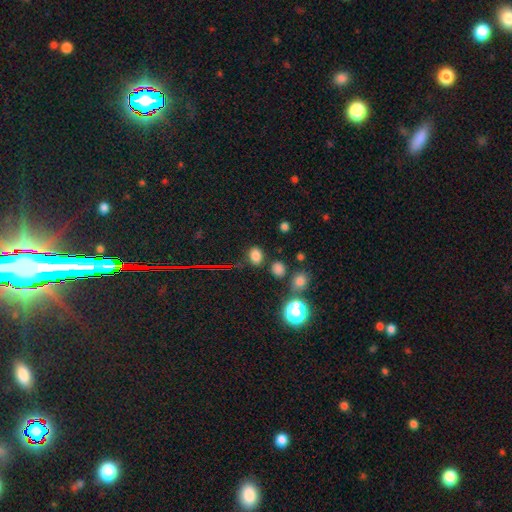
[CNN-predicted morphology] Q: Smooth or featured?
A: smooth (76%); runner-up: star or artifact (18%)
Q: How rounded?
A: in between (61%); runner-up: round (38%)
Q: Merging?
A: none (79%); runner-up: minor disturbance (12%)